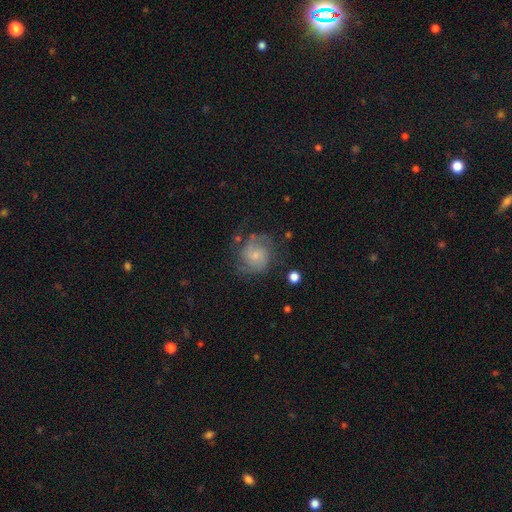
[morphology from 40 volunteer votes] This appears to be a featured or disk galaxy (62%) with no bar (68%), 2 (65%) tight (43%) spiral arms (92%) and a small central bulge (64%). Merging: none (44%).